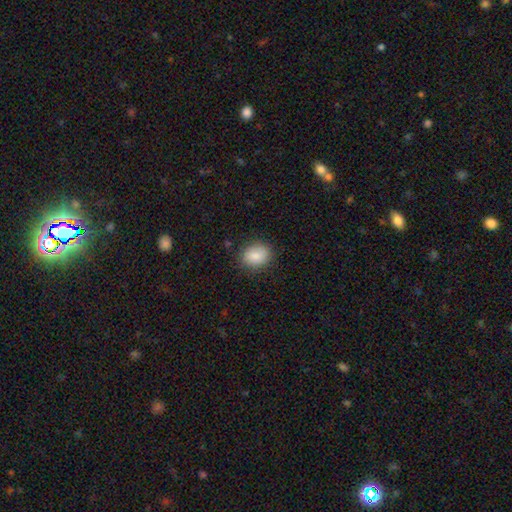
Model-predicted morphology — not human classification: Smooth or featured? smooth (87%)
How rounded? in between (51%)
Merging? none (84%)